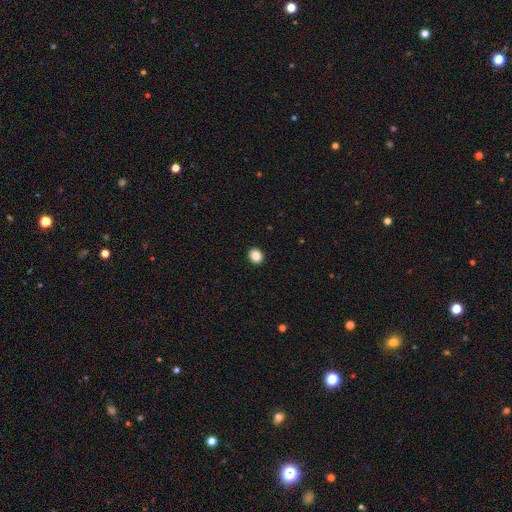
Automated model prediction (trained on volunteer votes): This appears to be a smooth galaxy with no disk features (87%) that is round (70%). Merging: none (92%).